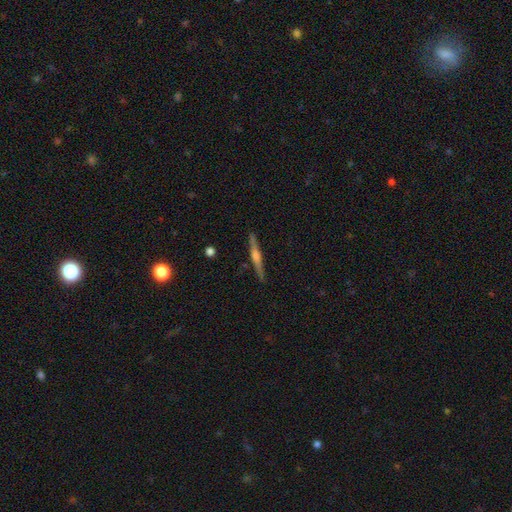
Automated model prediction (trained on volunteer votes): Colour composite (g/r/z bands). It shows a featured or disk galaxy (76%) viewed edge-on (98%) with a rounded central bulge (75%). Merging: none (91%).